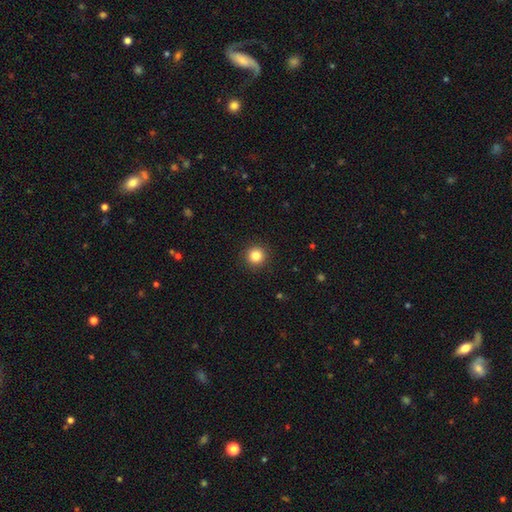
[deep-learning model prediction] The model was most divided on "smooth or featured": smooth: 84%, star or artifact: 11%, featured or disk: 5%. More confident: how rounded — round (95%); merging — none (92%).